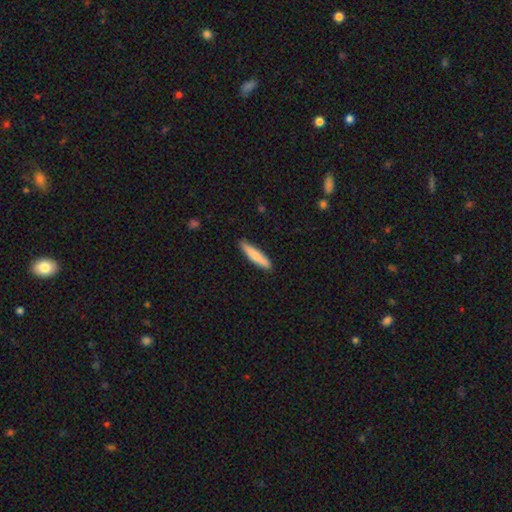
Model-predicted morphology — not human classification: This appears to be a smooth galaxy with no disk features (78%) that is cigar-shaped (88%). Merging: none (87%).